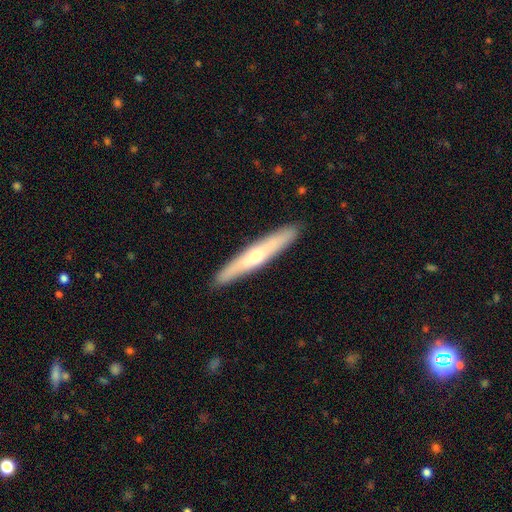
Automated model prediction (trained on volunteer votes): Smooth or featured?
  - featured or disk: 56% *
  - smooth: 38%
  - star or artifact: 6%
Edge-on disk?
  - yes: 89% *
  - no: 11%
Merging?
  - none: 91% *
  - minor disturbance: 6%
  - major disturbance: 1%
  - merger: 1%